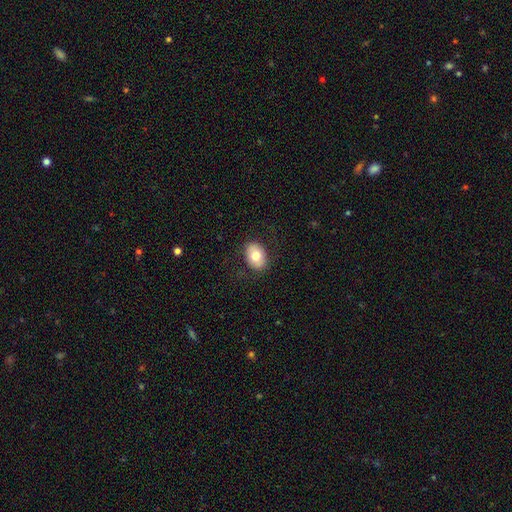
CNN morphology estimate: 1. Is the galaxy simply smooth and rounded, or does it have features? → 76% smooth, 17% featured or disk, 7% star or artifact.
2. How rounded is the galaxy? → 78% in between, 21% round, 1% cigar-shaped.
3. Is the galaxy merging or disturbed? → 84% none, 11% minor disturbance, 4% major disturbance, 1% merger.